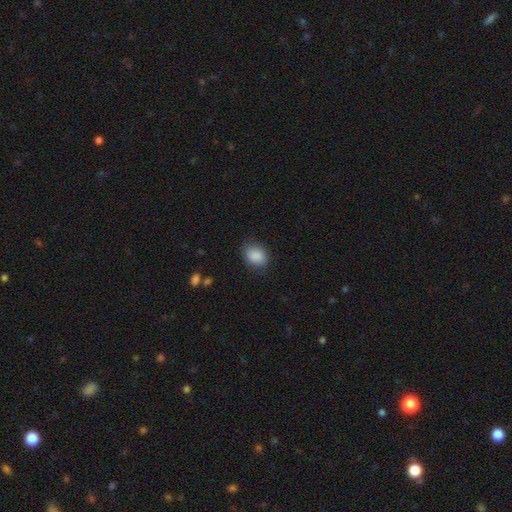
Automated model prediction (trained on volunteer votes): Smooth or featured? Predicted: smooth (p=0.88). How rounded? Predicted: round (p=0.51). Merging? Predicted: none (p=0.78).